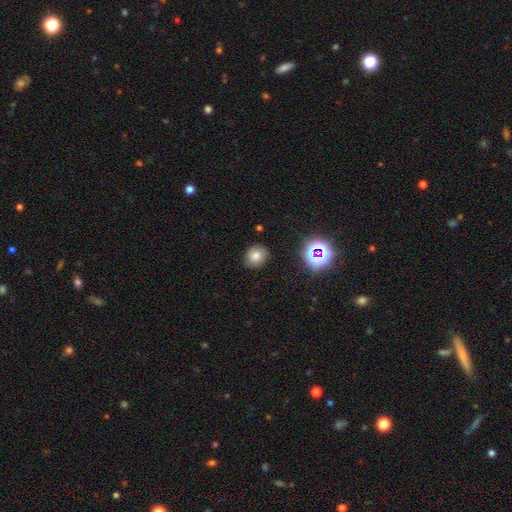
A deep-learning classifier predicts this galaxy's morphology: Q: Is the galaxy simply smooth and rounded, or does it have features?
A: smooth — 75%.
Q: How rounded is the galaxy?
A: round — 76%.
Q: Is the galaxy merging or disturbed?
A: none — 84%.